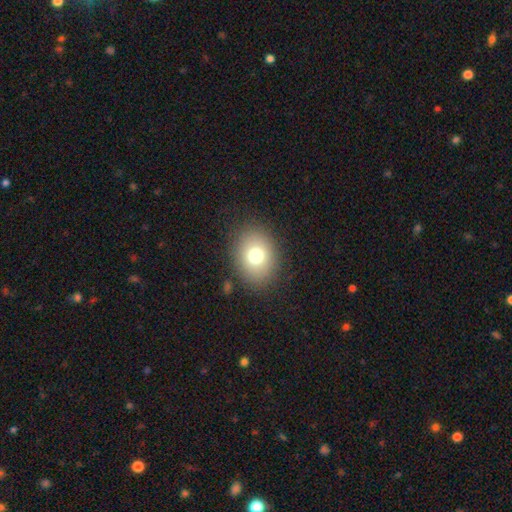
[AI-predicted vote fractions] smooth_or_featured: smooth (p=0.75) [alt: featured or disk p=0.13]
how_rounded: in between (p=0.52) [alt: round p=0.47]
merging: none (p=0.86) [alt: minor disturbance p=0.09]